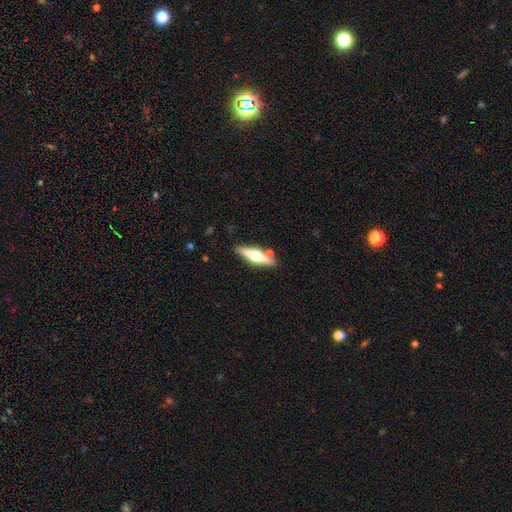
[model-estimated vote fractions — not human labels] A featured or disk galaxy (61%) viewed edge-on (96%) with a rounded central bulge (94%).

Vote fractions:
- Smooth or featured? featured or disk: 61% / smooth: 33% / star or artifact: 6%
- Edge-on disk? yes: 96% / no: 4%
- Edge-on bulge? rounded: 94% / boxy: 4% / none: 2%
- Merging? none: 82% / minor disturbance: 10% / merger: 5% / major disturbance: 2%